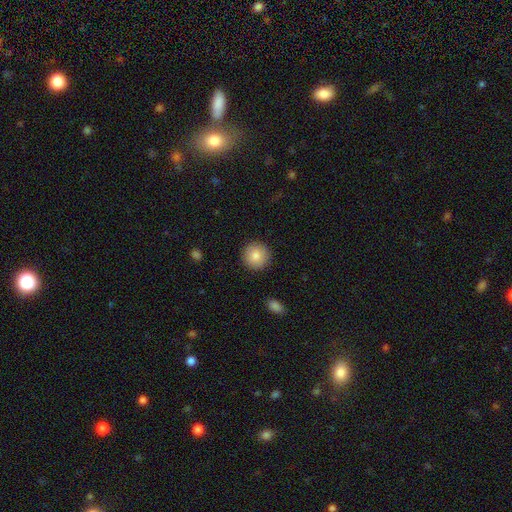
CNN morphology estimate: smooth 85%, star or artifact 8%, featured or disk 7%. Down the decision tree: how rounded — round (95%); merging — none (91%).